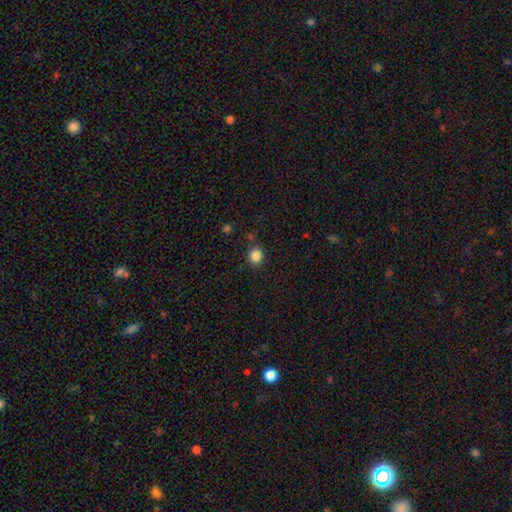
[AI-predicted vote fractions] This appears to be a smooth galaxy with no disk features (85%) that is round (73%). Merging: none (82%).